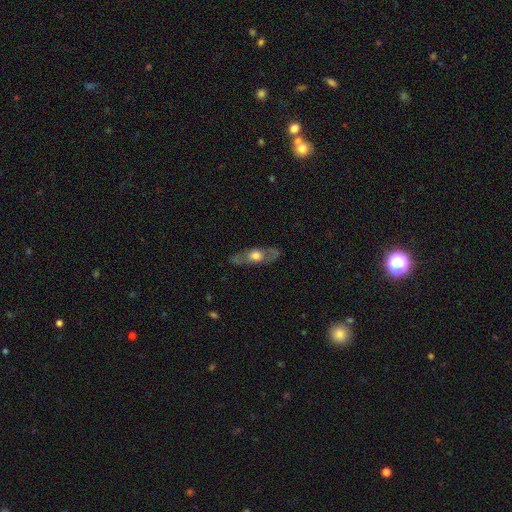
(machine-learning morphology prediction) Smooth or featured? featured or disk (57%)
Edge-on disk? yes (56%)
Merging? none (75%)